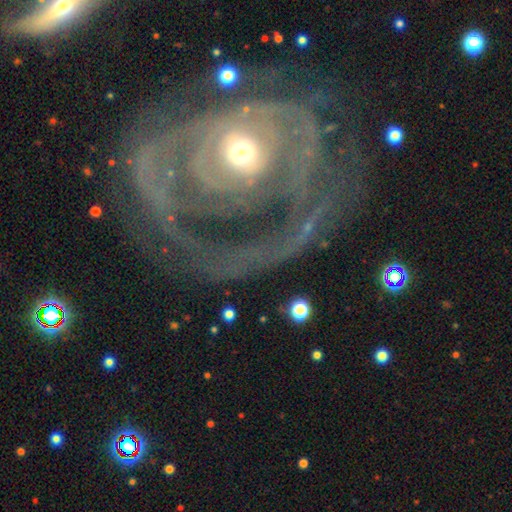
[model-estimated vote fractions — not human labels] A featured or disk galaxy (82%) with no bar (67%), tight (62%) spiral arms (73%) and a moderate central bulge (56%).

Vote fractions:
- Smooth or featured? featured or disk: 82% / smooth: 11% / star or artifact: 7%
- Edge-on disk? no: 96% / yes: 4%
- Bar? no: 67% / weak: 20% / strong: 13%
- Spiral arms? yes: 73% / no: 27%
- Spiral winding? tight: 62% / medium: 25% / loose: 13%
- Spiral arm count? can't tell: 36% / 2: 25% / 3: 12% / 1: 11% / 4: 8% / more than 4: 8%
- Bulge size? moderate: 56% / small: 34% / large: 7% / dominant: 2% / none: 1%
- Merging? none: 51% / major disturbance: 27% / minor disturbance: 17% / merger: 4%